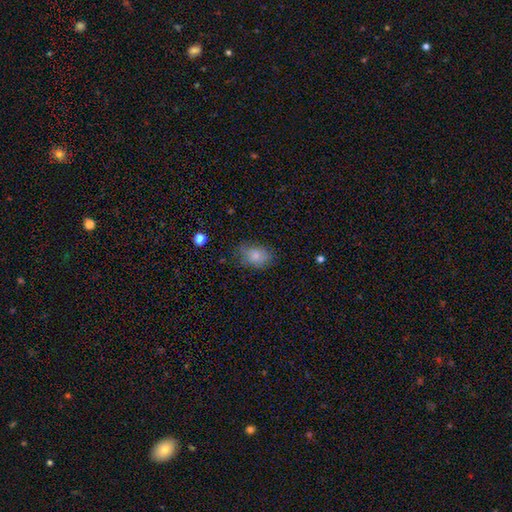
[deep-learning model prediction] A smooth galaxy with no disk features (81%) that is in between round and cigar-shaped (76%).

Vote fractions:
- Smooth or featured? smooth: 81% / featured or disk: 10% / star or artifact: 9%
- How rounded? in between: 76% / round: 23% / cigar-shaped: 1%
- Merging? none: 69% / minor disturbance: 23% / major disturbance: 7% / merger: 1%